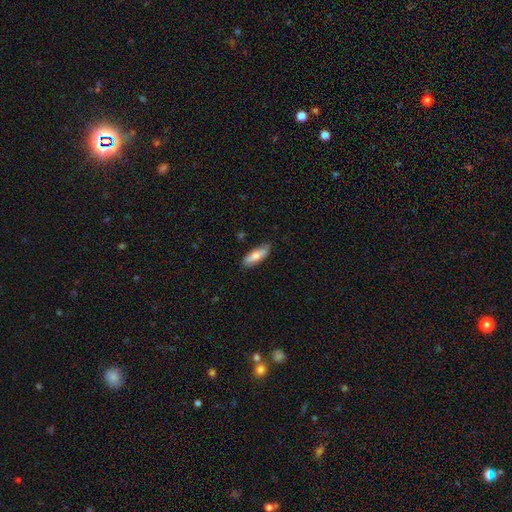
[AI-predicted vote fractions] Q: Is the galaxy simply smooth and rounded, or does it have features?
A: smooth — 70%.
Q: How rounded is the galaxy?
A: in between — 60%.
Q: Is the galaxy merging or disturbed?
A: none — 81%.